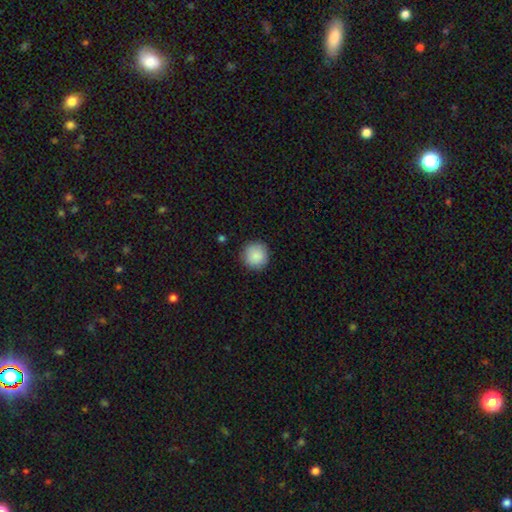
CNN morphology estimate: This is clearly a smooth galaxy (89%). How rounded: clearly round (95%). Merging: clearly none (90%).